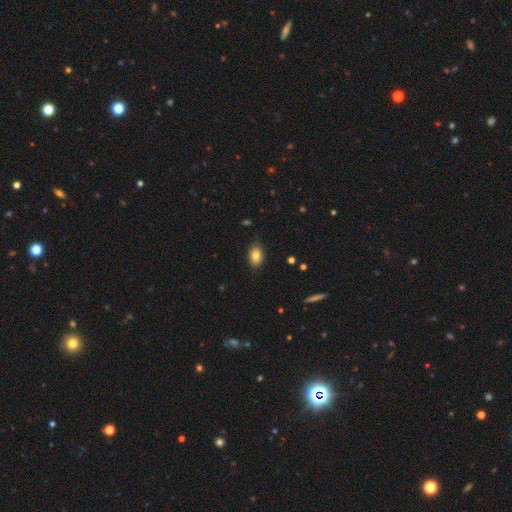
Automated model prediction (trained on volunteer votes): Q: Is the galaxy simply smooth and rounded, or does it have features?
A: smooth — 83%.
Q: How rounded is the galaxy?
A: in between — 88%.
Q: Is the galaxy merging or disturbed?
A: none — 86%.